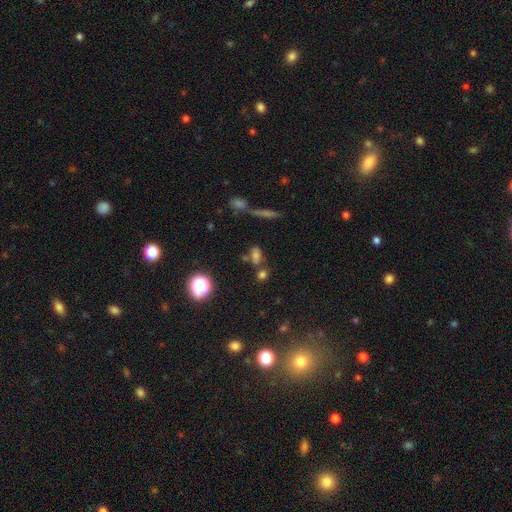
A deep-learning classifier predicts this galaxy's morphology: Overall: smooth (65%; star or artifact 25%). How rounded: in between (68%). Merging: none (55%; merger 26%).